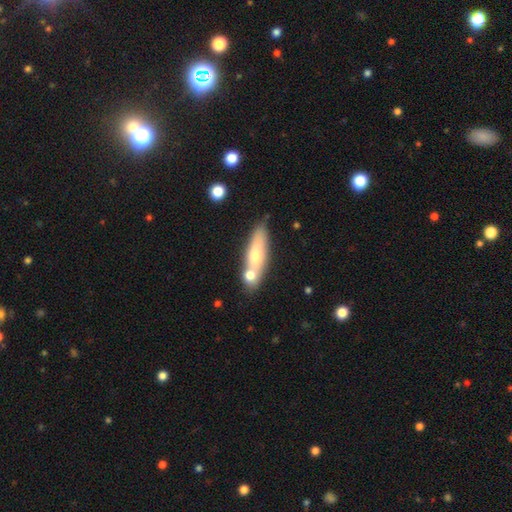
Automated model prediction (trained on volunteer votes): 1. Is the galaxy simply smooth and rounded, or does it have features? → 62% smooth, 31% featured or disk, 7% star or artifact.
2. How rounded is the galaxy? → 58% cigar-shaped, 39% in between, 3% round.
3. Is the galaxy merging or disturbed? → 53% none, 28% merger, 14% minor disturbance, 4% major disturbance.